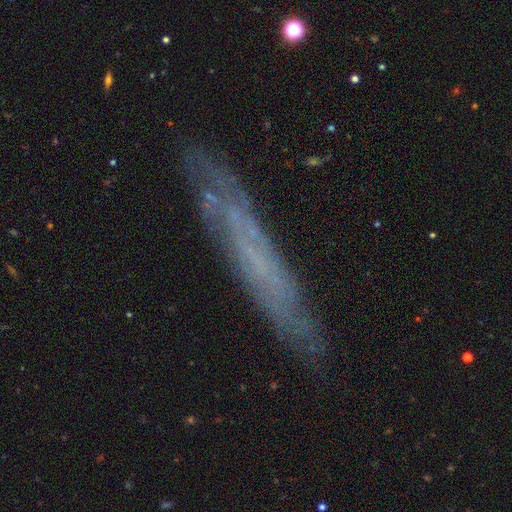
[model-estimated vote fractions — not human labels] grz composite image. It shows a featured or disk galaxy (57%) viewed edge-on (71%). Merging: none (82%).